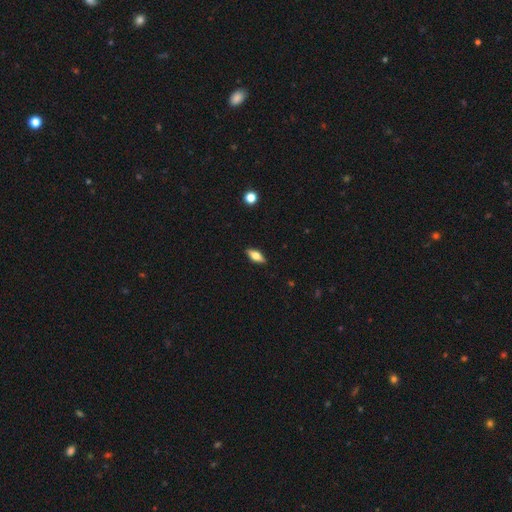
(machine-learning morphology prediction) type=smooth (62%); roundness=in between (77%); merging=none (89%).